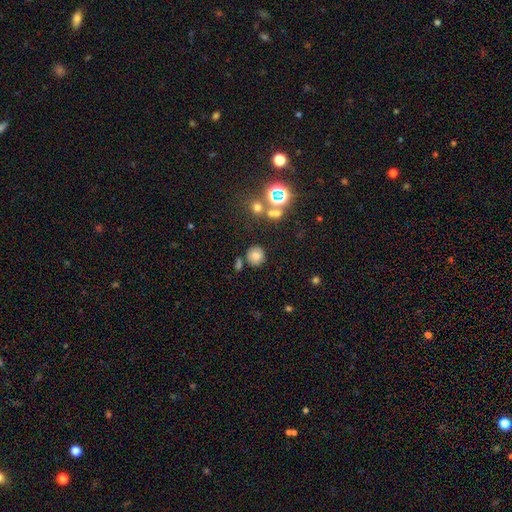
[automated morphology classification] This appears to be a smooth galaxy with no disk features (70%) that is round (90%). Merging: none (77%).